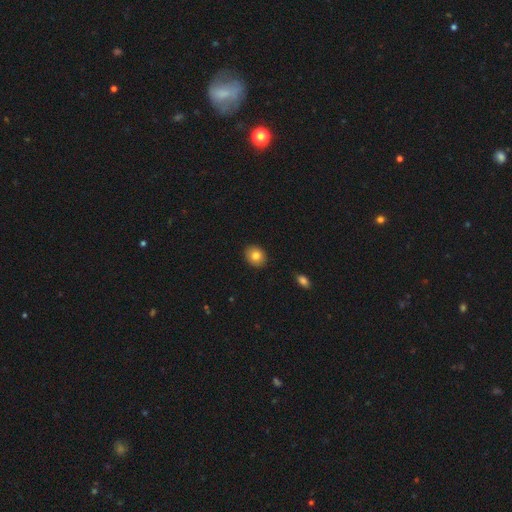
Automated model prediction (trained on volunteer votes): smooth_or_featured: smooth (p=0.82) [alt: featured or disk p=0.09]
how_rounded: round (p=0.60) [alt: in between p=0.39]
merging: none (p=0.90) [alt: minor disturbance p=0.07]